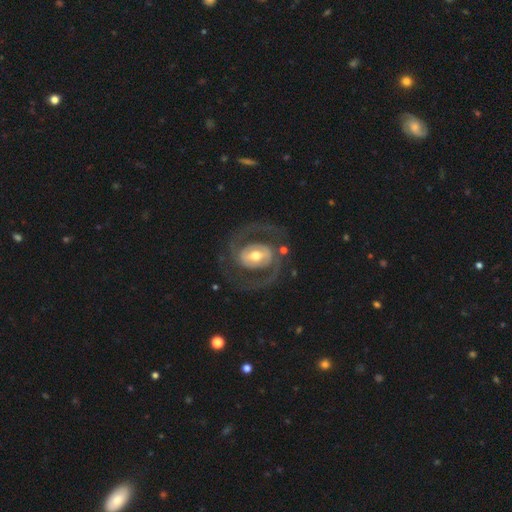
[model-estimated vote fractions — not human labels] Smooth or featured: featured or disk — 88% (smooth — 8%)
Edge-on disk: no — 97% (yes — 3%)
Bar: weak — 40% (strong — 34%)
Spiral arms: yes — 91% (no — 9%)
Spiral winding: medium — 52% (tight — 32%)
Spiral arm count: 2 — 90% (can't tell — 4%)
Bulge size: moderate — 68% (small — 19%)
Merging: none — 77% (minor disturbance — 11%)